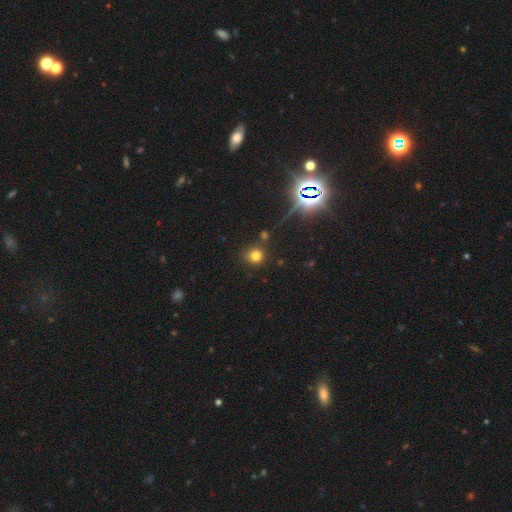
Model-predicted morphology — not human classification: Smooth or featured? Predicted: smooth (p=0.74). How rounded? Predicted: round (p=0.89). Merging? Predicted: none (p=0.75).